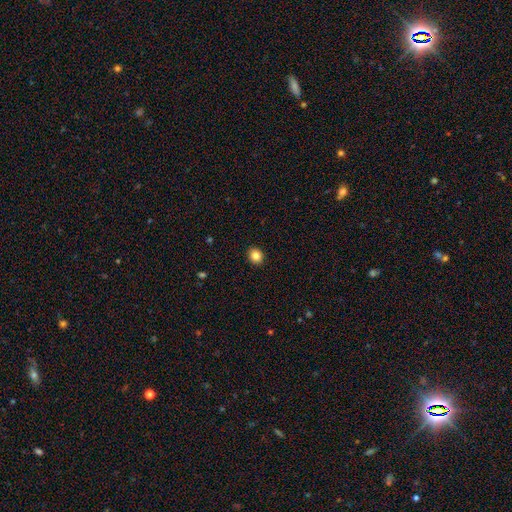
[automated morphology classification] smooth-or-featured: smooth: 85% | star or artifact: 10% | featured or disk: 5%
  how-rounded: round: 73% | in between: 26% | cigar-shaped: 1%
  merging: none: 92% | minor disturbance: 5% | major disturbance: 2% | merger: 1%